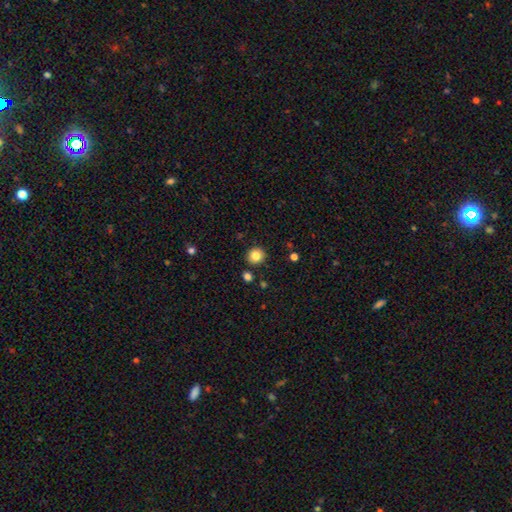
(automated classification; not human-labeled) smooth 84%, star or artifact 10%, featured or disk 5%. Down the decision tree: how rounded — round (89%); merging — none (89%).